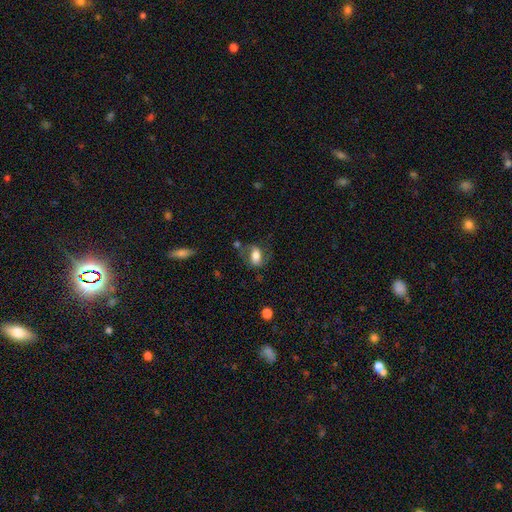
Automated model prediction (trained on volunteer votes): A smooth galaxy with no disk features (61%) that is in between round and cigar-shaped (84%). Merging: none (55%).